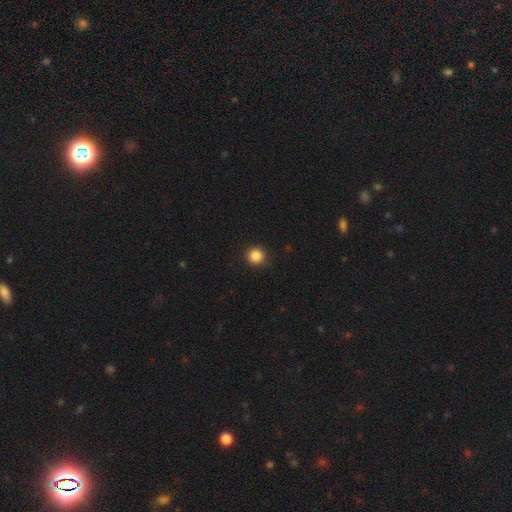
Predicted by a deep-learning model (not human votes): smooth-or-featured: smooth: 86% | star or artifact: 11% | featured or disk: 3%
  how-rounded: round: 95% | in between: 4% | cigar-shaped: 1%
  merging: none: 92% | minor disturbance: 5% | major disturbance: 2% | merger: 1%